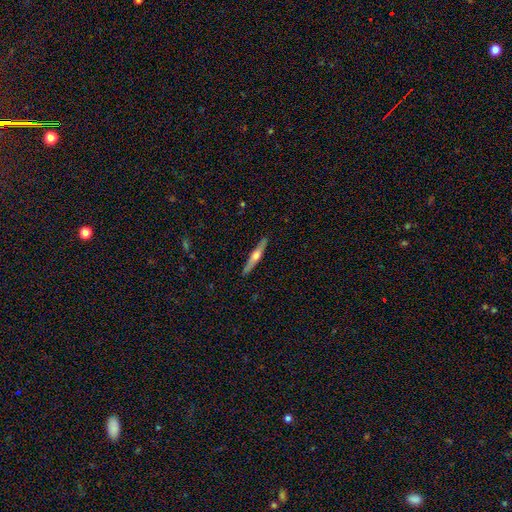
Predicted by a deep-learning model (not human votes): The model was most divided on "smooth or featured": featured or disk: 62%, smooth: 33%, star or artifact: 6%. More confident: edge-on disk — yes (97%); merging — none (90%); edge-on bulge — rounded (88%).